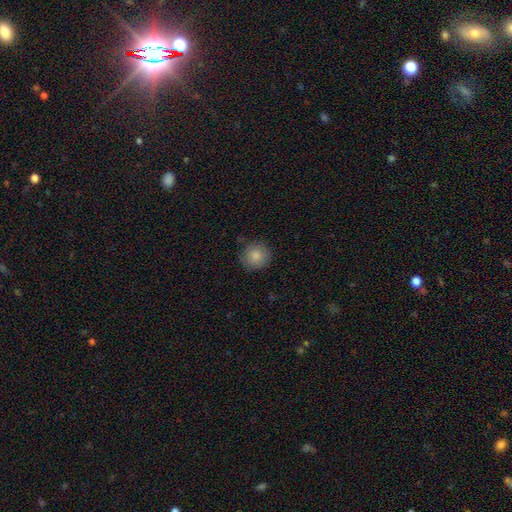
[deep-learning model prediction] Smooth or featured? smooth (85%)
How rounded? round (94%)
Merging? none (87%)